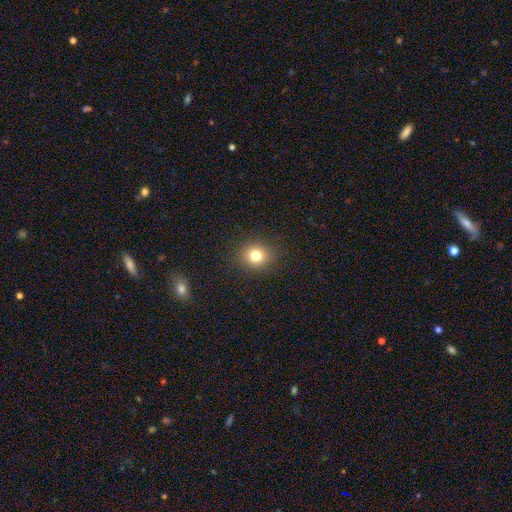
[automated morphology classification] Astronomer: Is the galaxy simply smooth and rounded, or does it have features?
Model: smooth — 79%.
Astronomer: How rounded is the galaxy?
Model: round — 83%.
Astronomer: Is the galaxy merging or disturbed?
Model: none — 90%.